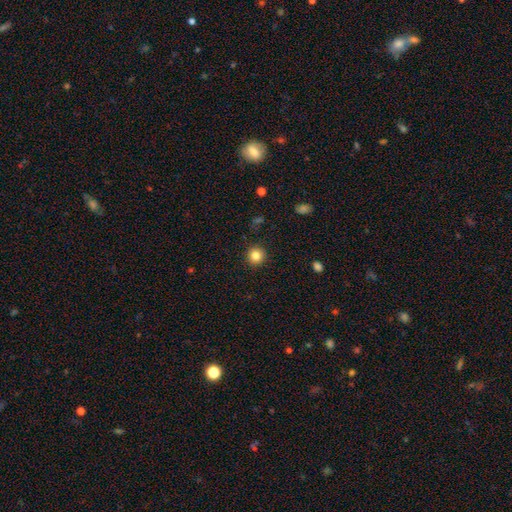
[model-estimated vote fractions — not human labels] Smooth or featured?
  - smooth: 84% *
  - star or artifact: 11%
  - featured or disk: 5%
How rounded?
  - round: 94% *
  - in between: 5%
  - cigar-shaped: 1%
Merging?
  - none: 92% *
  - minor disturbance: 5%
  - major disturbance: 2%
  - merger: 1%